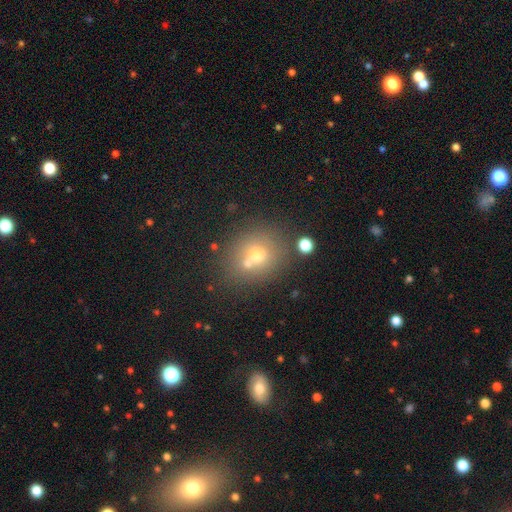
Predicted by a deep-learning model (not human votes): This is possibly a smooth galaxy (59%). How rounded: likely round (70%). Merging: likely none (60%).